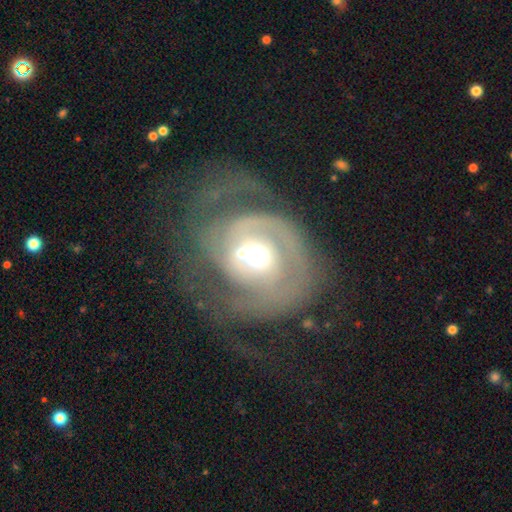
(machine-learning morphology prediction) Smooth or featured: featured or disk — 85% (smooth — 10%)
Edge-on disk: no — 98% (yes — 2%)
Bar: no — 71% (weak — 22%)
Spiral arms: yes — 90% (no — 10%)
Spiral winding: tight — 50% (medium — 34%)
Spiral arm count: 2 — 36% (1 — 24%)
Bulge size: moderate — 67% (small — 16%)
Merging: none — 42% (major disturbance — 30%)